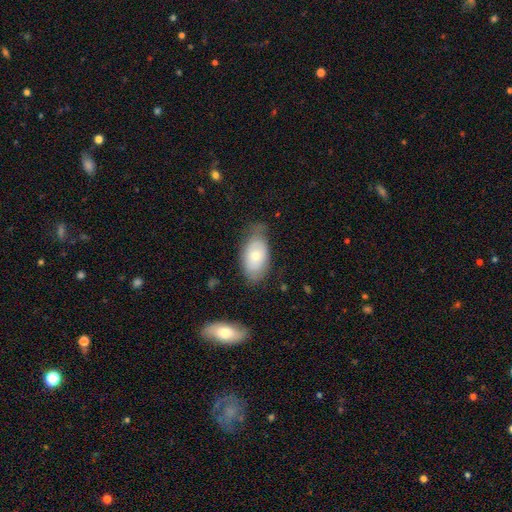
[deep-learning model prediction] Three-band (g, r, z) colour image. It shows a smooth galaxy with no disk features (63%) that is in between round and cigar-shaped (92%). Merging: none (61%).